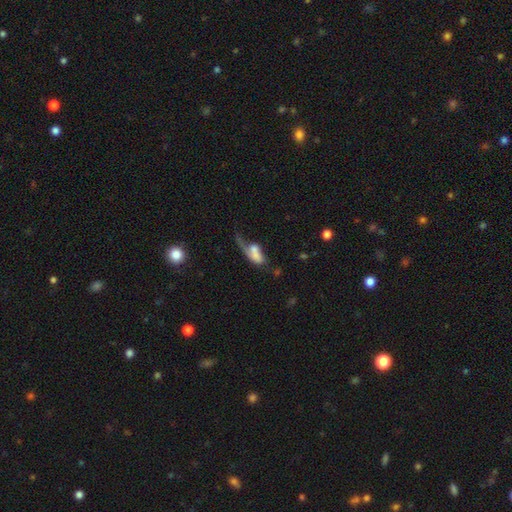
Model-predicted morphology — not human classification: Smooth or featured: smooth — 54% (featured or disk — 35%)
How rounded: in between — 78% (cigar-shaped — 14%)
Merging: major disturbance — 39% (merger — 28%)